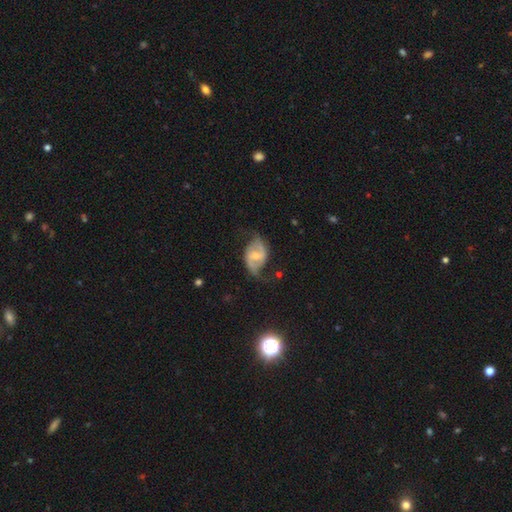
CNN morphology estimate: This is likely a featured or disk galaxy (79%). It is clearly not viewed edge-on (97%). Bar: possibly weak (49%). Spiral arm pattern: clearly yes (91%). Spiral arm count: clearly 2 (89%). Spiral winding: possibly loose (51%). Central bulge: possibly moderate (52%). Merging: likely none (64%).